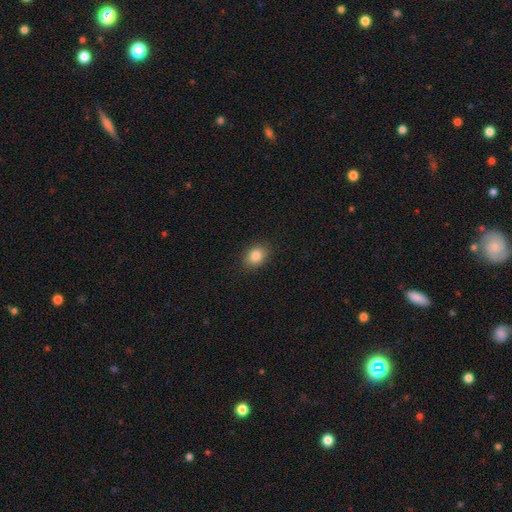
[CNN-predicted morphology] A smooth galaxy with no disk features (84%) that is in between round and cigar-shaped (60%).

Vote fractions:
- Smooth or featured? smooth: 84% / star or artifact: 10% / featured or disk: 6%
- How rounded? in between: 60% / round: 39% / cigar-shaped: 1%
- Merging? none: 87% / minor disturbance: 9% / major disturbance: 2% / merger: 1%